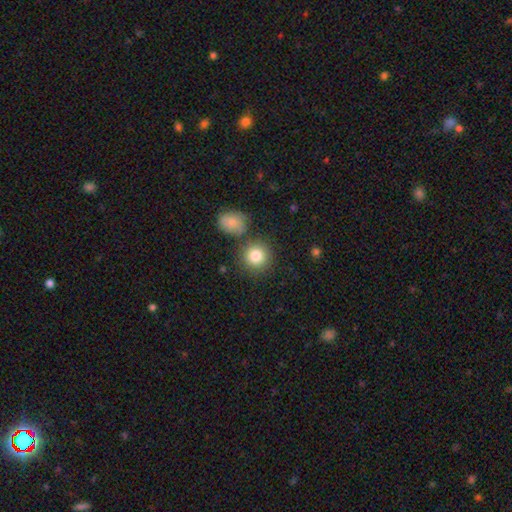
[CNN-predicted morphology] Overall: smooth (84%). How rounded: round (91%). Merging: none (77%).